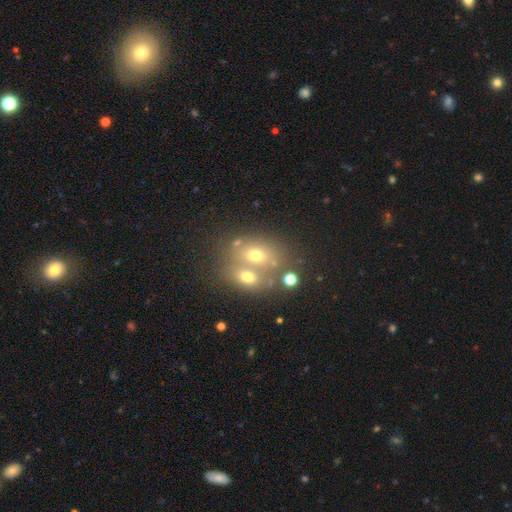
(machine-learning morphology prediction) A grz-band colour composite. It shows a smooth galaxy with no disk features (58%) that is in between round and cigar-shaped (59%). Merging: merger (50%).